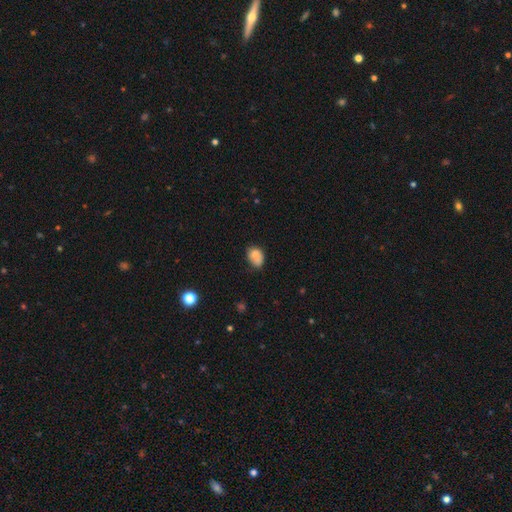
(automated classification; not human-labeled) A smooth galaxy with no disk features (72%) that is in between round and cigar-shaped (75%).

Vote fractions:
- Smooth or featured? smooth: 72% / featured or disk: 18% / star or artifact: 10%
- How rounded? in between: 75% / round: 24% / cigar-shaped: 1%
- Merging? none: 43% / minor disturbance: 29% / merger: 18% / major disturbance: 9%